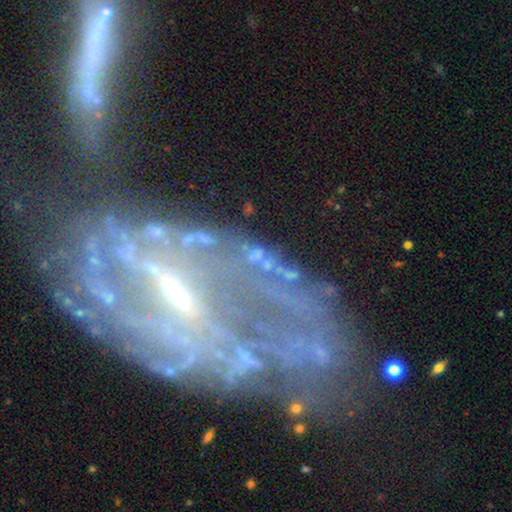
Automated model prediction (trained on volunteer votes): Q: Smooth or featured?
A: star or artifact (47%); runner-up: featured or disk (29%)